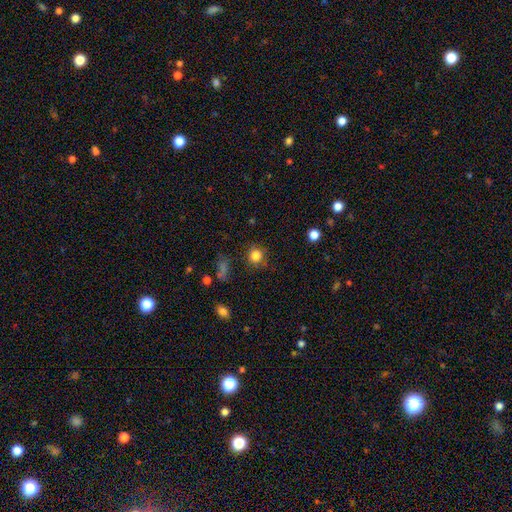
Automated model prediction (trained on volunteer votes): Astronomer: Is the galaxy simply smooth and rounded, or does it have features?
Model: smooth — 83%.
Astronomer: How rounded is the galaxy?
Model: round — 88%.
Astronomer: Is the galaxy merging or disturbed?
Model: none — 83%.